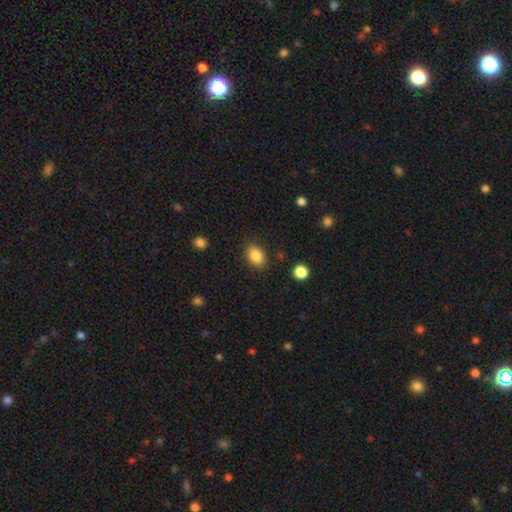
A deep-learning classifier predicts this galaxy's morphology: This appears to be a smooth galaxy with no disk features (85%) that is in between round and cigar-shaped (79%). Merging: none (85%).